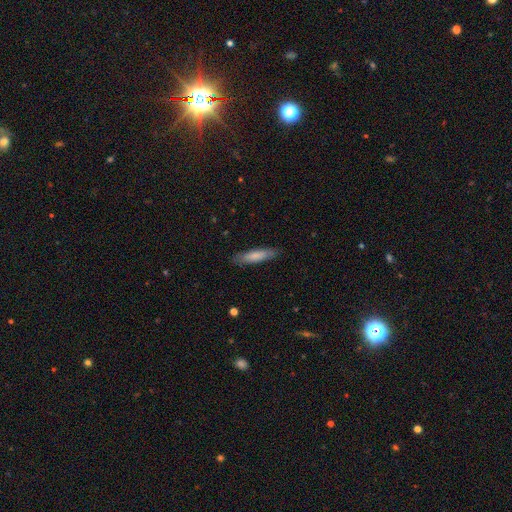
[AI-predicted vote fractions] Overall: smooth (78%). How rounded: cigar-shaped (76%). Merging: none (84%).